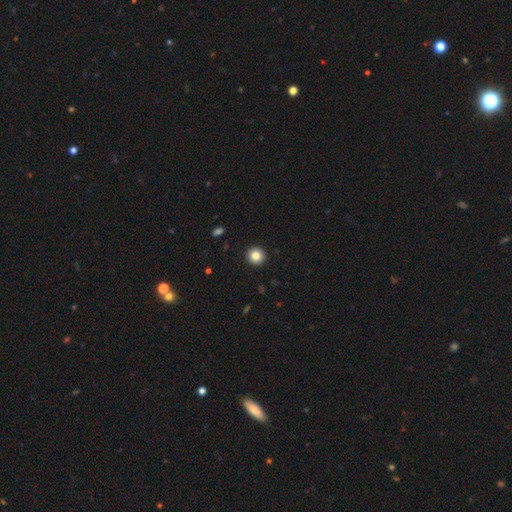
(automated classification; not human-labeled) The model was most divided on "smooth or featured": smooth: 85%, star or artifact: 10%, featured or disk: 6%. More confident: how rounded — round (93%); merging — none (93%).